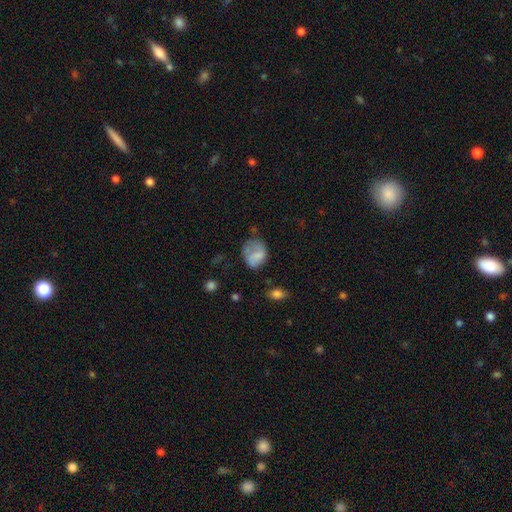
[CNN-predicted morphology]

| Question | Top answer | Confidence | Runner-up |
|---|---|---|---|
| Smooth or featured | smooth | 70% | featured or disk (21%) |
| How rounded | in between | 51% | round (47%) |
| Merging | none | 41% | minor disturbance (30%) |